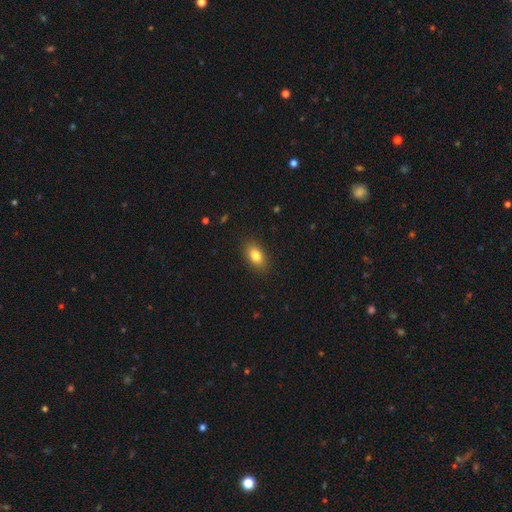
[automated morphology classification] smooth 83%, featured or disk 9%, star or artifact 8%. Down the decision tree: how rounded — in between (87%); merging — none (88%).